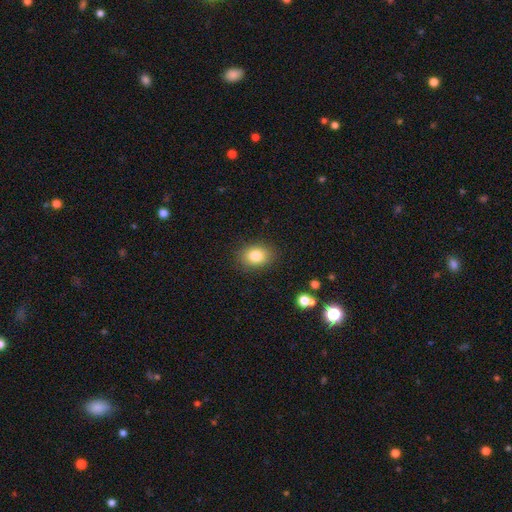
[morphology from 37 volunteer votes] Smooth or featured?
  - smooth: 84% *
  - featured or disk: 8%
  - star or artifact: 8%
How rounded?
  - in between: 68% *
  - round: 32%
  - cigar-shaped: 0%
Merging?
  - none: 94% *
  - minor disturbance: 3%
  - major disturbance: 3%
  - merger: 0%